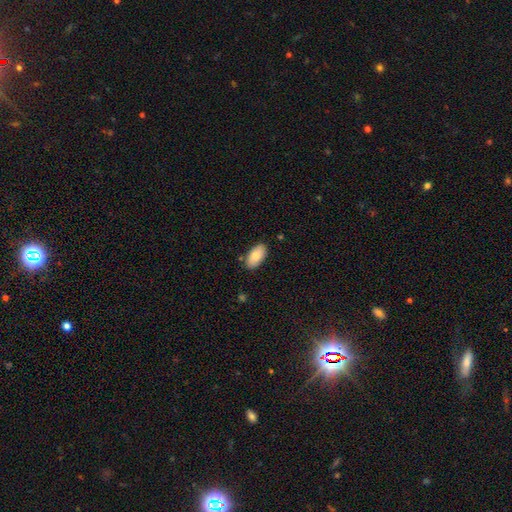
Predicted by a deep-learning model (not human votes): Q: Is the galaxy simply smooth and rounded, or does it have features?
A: smooth — 84%.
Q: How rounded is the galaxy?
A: in between — 95%.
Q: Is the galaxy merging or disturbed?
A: none — 84%.